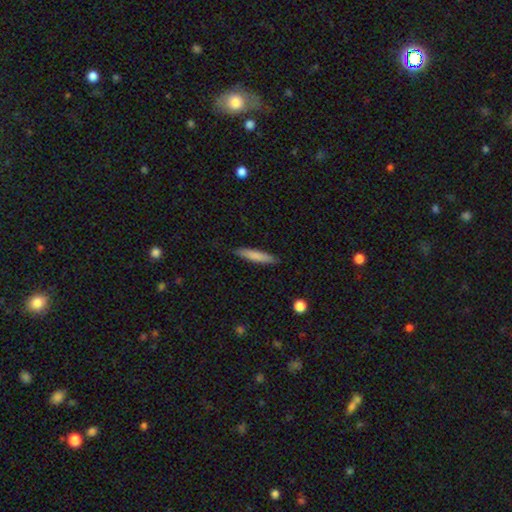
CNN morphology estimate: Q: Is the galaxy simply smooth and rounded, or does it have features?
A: smooth — 79%.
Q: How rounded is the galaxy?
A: cigar-shaped — 90%.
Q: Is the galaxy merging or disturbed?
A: none — 88%.